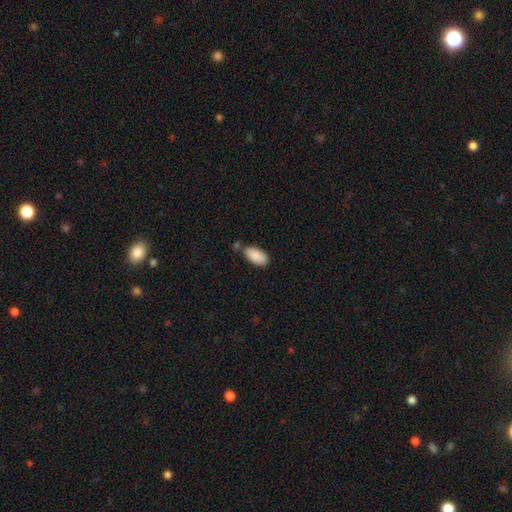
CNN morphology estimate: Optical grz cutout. It shows a smooth galaxy with no disk features (89%) that is in between round and cigar-shaped (95%). Merging: none (61%).